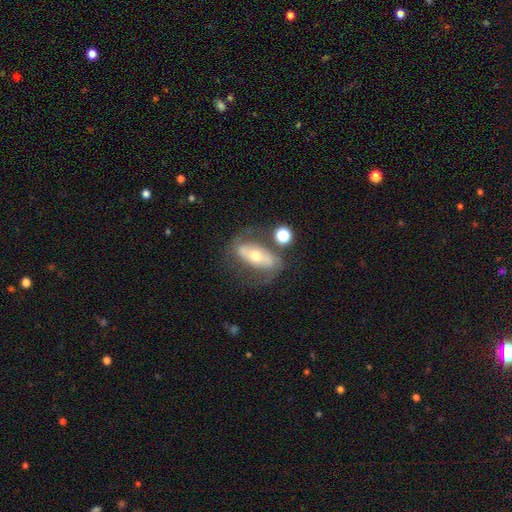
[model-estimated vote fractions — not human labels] Smooth or featured?
  - featured or disk: 71% *
  - smooth: 21%
  - star or artifact: 8%
Edge-on disk?
  - no: 86% *
  - yes: 14%
Bar?
  - strong: 47% *
  - no: 32%
  - weak: 21%
Spiral arms?
  - yes: 67% *
  - no: 33%
Bulge size?
  - moderate: 56% *
  - small: 37%
  - large: 5%
  - dominant: 1%
  - none: 1%
Merging?
  - none: 59% *
  - minor disturbance: 17%
  - major disturbance: 14%
  - merger: 10%